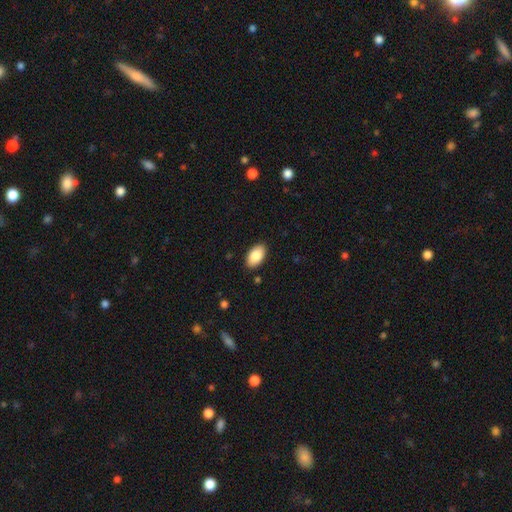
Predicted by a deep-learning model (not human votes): Morphology: type=smooth (87%); roundness=in between (95%); merging=none (88%).